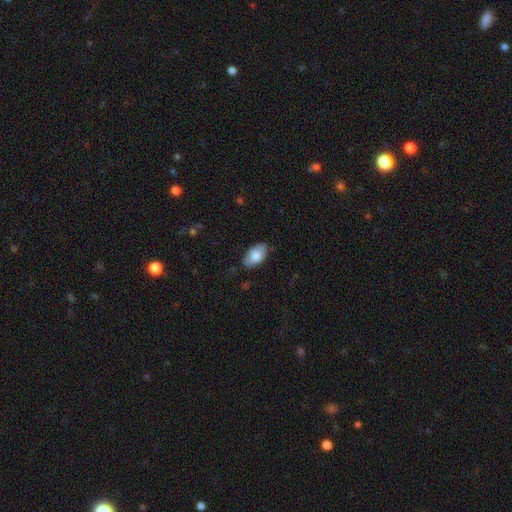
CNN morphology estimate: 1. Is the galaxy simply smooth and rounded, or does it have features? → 79% smooth, 14% featured or disk, 6% star or artifact.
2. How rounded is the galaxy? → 93% in between, 5% round, 2% cigar-shaped.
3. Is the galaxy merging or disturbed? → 78% none, 18% minor disturbance, 3% major disturbance, 1% merger.